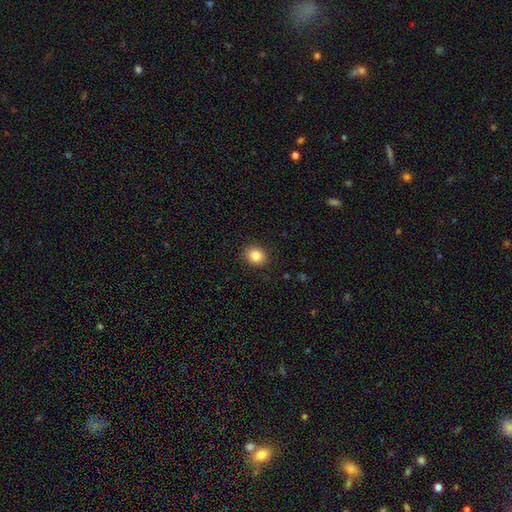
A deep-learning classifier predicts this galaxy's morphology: smooth-or-featured: smooth: 83% | star or artifact: 10% | featured or disk: 7%
  how-rounded: round: 78% | in between: 21% | cigar-shaped: 1%
  merging: none: 90% | minor disturbance: 7% | major disturbance: 2% | merger: 1%